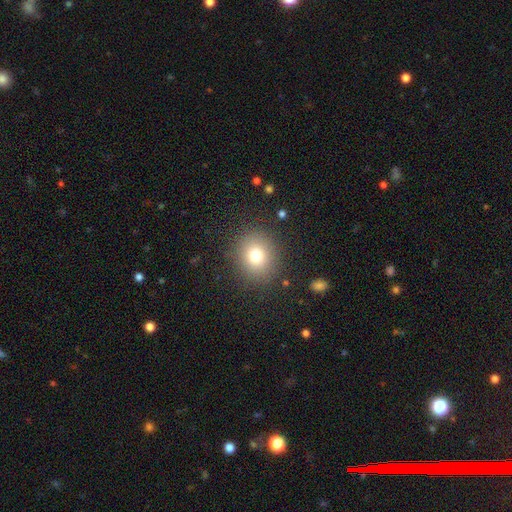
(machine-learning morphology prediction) type=smooth (76%); roundness=round (81%); merging=none (87%).